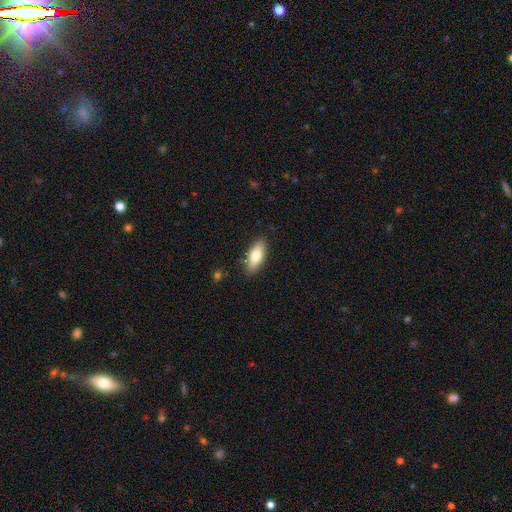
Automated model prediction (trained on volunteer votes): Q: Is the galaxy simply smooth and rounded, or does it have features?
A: smooth — 73%.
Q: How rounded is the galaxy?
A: in between — 76%.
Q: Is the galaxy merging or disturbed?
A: none — 86%.